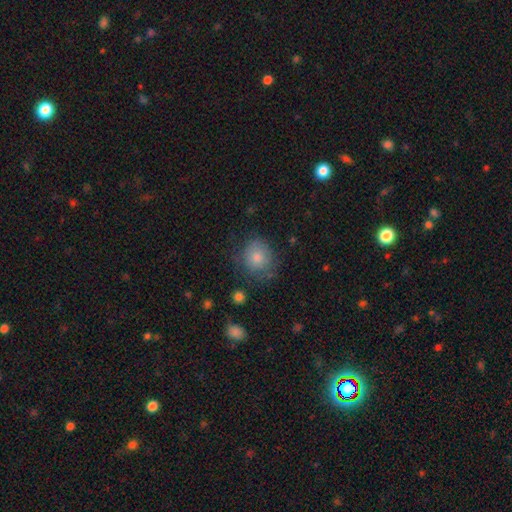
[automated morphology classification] smooth 73%, featured or disk 15%, star or artifact 13%. Down the decision tree: how rounded — round (78%); merging — none (72%).